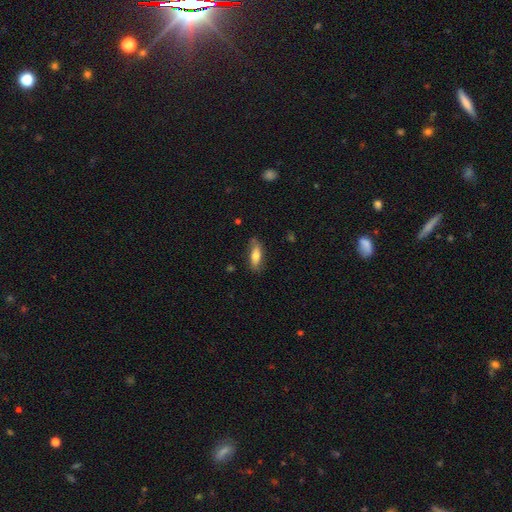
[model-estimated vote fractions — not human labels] Overall: smooth (72%). How rounded: in between (64%; cigar-shaped 34%). Merging: none (74%).